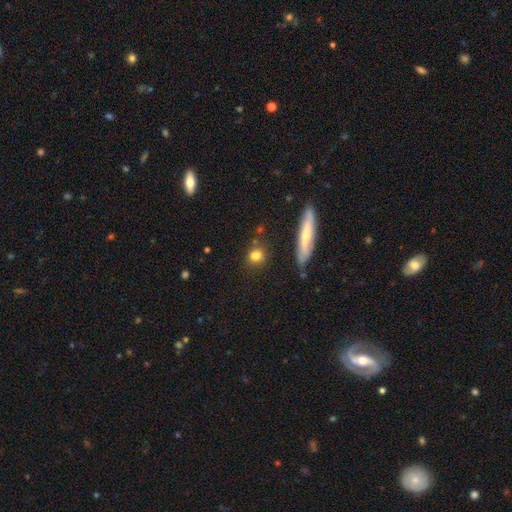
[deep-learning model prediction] Morphology: type=smooth (79%); roundness=round (60%); merging=none (78%).